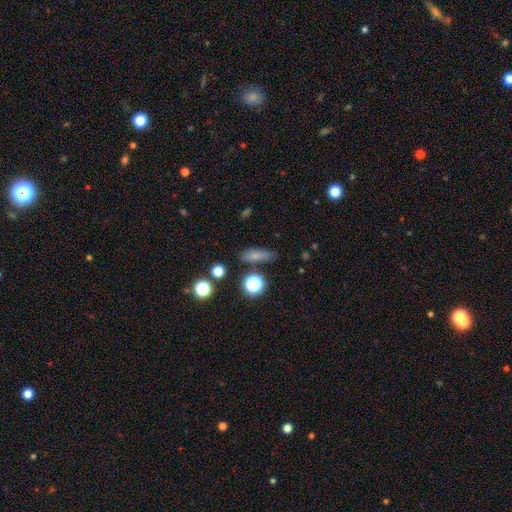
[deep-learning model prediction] smooth 70%, star or artifact 15%, featured or disk 15%. Down the decision tree: how rounded — in between (48%); merging — none (78%).